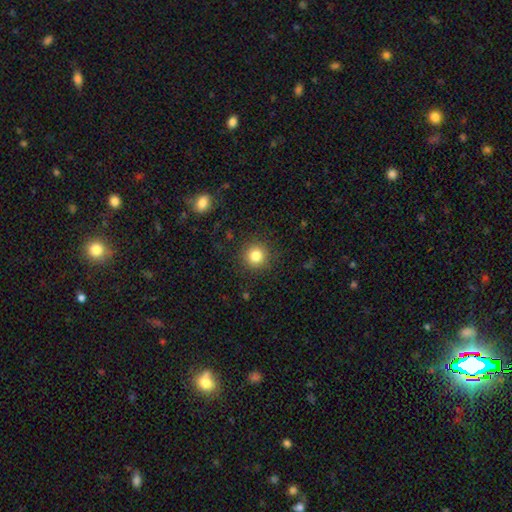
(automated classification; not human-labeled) Smooth or featured?
  - smooth: 83% *
  - star or artifact: 11%
  - featured or disk: 6%
How rounded?
  - round: 94% *
  - in between: 5%
  - cigar-shaped: 1%
Merging?
  - none: 89% *
  - minor disturbance: 7%
  - major disturbance: 3%
  - merger: 1%